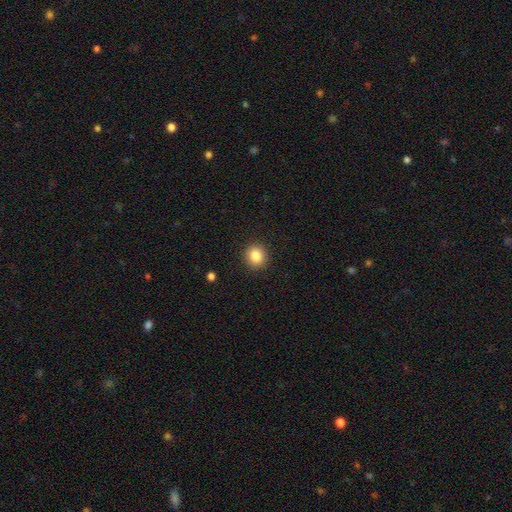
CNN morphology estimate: The model was most divided on "how rounded": round: 86%, in between: 13%, cigar-shaped: 1%. More confident: merging — none (91%); smooth or featured — smooth (85%).